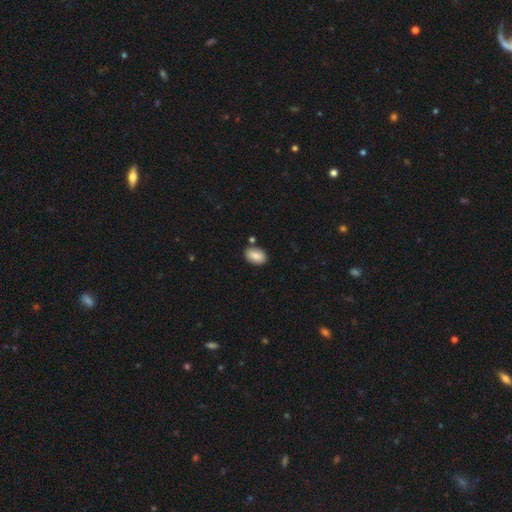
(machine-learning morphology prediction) A smooth galaxy with no disk features (87%) that is in between round and cigar-shaped (90%). Merging: none (81%).